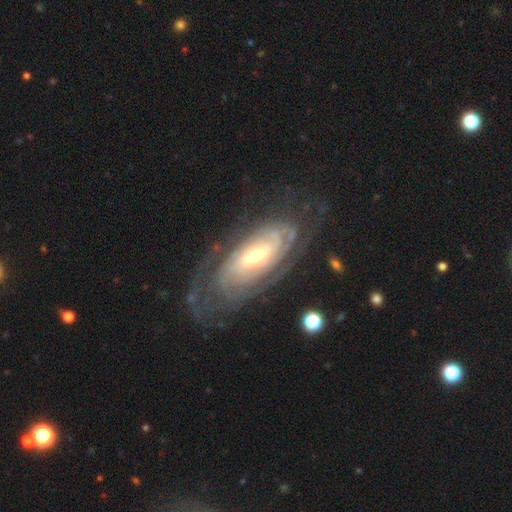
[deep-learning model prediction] smooth-or-featured: featured or disk: 83% | smooth: 11% | star or artifact: 6%
  disk-edge-on: no: 90% | yes: 10%
    bar: no: 48% | weak: 35% | strong: 18%
    has-spiral-arms: yes: 90% | no: 10%
      spiral-winding: tight: 70% | medium: 23% | loose: 7%
      spiral-arm-count: can't tell: 48% | 2: 25% | 3: 10% | 4: 7% | 1: 5% | more than 4: 5%
    bulge-size: moderate: 54% | small: 34% | large: 9% | none: 2% | dominant: 1%
  merging: none: 70% | minor disturbance: 17% | major disturbance: 11% | merger: 2%